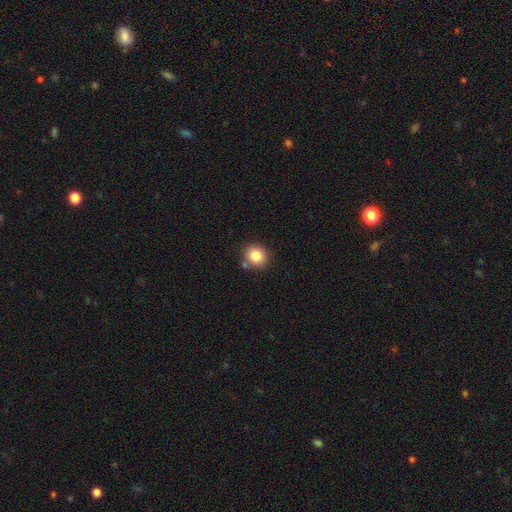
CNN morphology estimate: Smooth or featured?
  - smooth: 84% *
  - star or artifact: 10%
  - featured or disk: 6%
How rounded?
  - round: 80% *
  - in between: 19%
  - cigar-shaped: 1%
Merging?
  - none: 76% *
  - merger: 11%
  - minor disturbance: 10%
  - major disturbance: 3%